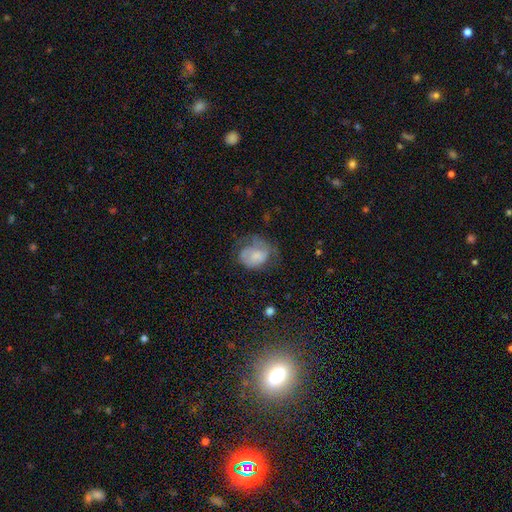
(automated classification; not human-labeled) smooth 63%, featured or disk 29%, star or artifact 8%. Down the decision tree: how rounded — in between (51%); merging — major disturbance (36%).